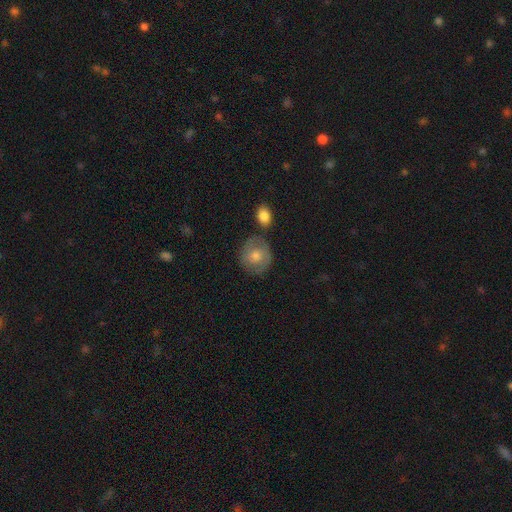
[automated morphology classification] Q: Smooth or featured?
A: smooth (52%); runner-up: featured or disk (40%)
Q: How rounded?
A: round (82%); runner-up: in between (16%)
Q: Merging?
A: none (73%); runner-up: minor disturbance (16%)